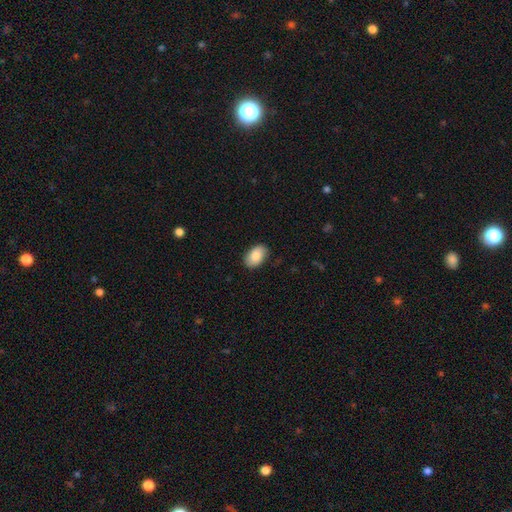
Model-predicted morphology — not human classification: smooth_or_featured: smooth (p=0.89) [alt: star or artifact p=0.06]
how_rounded: in between (p=0.92) [alt: round p=0.07]
merging: none (p=0.87) [alt: minor disturbance p=0.10]